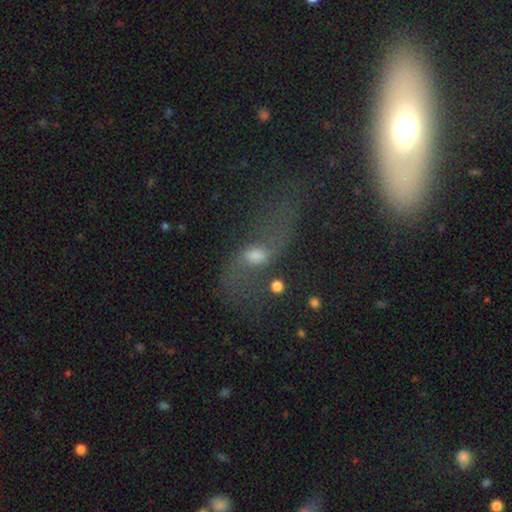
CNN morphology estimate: smooth-or-featured: featured or disk: 63% | smooth: 23% | star or artifact: 14%
  disk-edge-on: no: 86% | yes: 14%
    bar: no: 44% | weak: 41% | strong: 15%
    has-spiral-arms: yes: 74% | no: 26%
    bulge-size: moderate: 50% | small: 31% | large: 11% | none: 6% | dominant: 3%
  merging: none: 44% | major disturbance: 28% | minor disturbance: 17% | merger: 12%